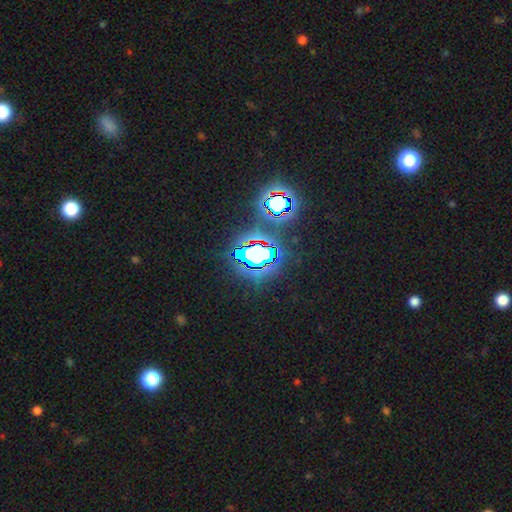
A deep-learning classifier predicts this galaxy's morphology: Overall: star or artifact (72%).